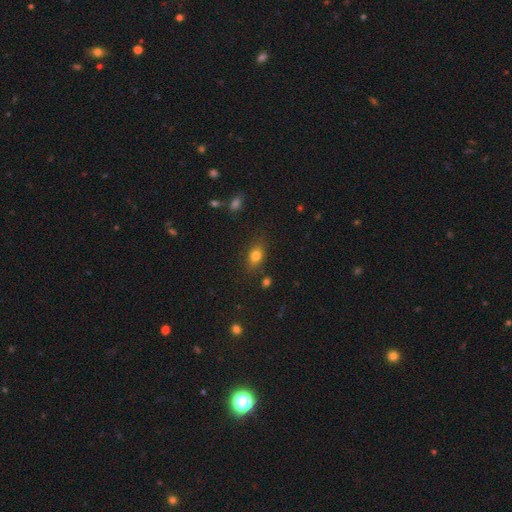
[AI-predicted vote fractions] smooth_or_featured: smooth (p=0.80) [alt: star or artifact p=0.11]
how_rounded: in between (p=0.74) [alt: round p=0.22]
merging: none (p=0.79) [alt: minor disturbance p=0.15]